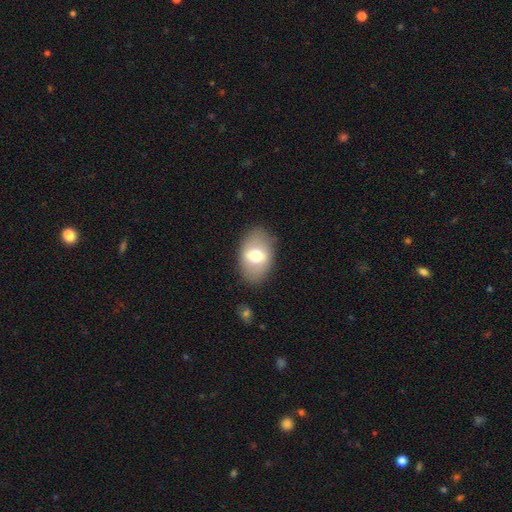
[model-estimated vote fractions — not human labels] Smooth or featured: smooth — 63% (featured or disk — 30%)
How rounded: in between — 86% (round — 13%)
Merging: none — 84% (minor disturbance — 11%)